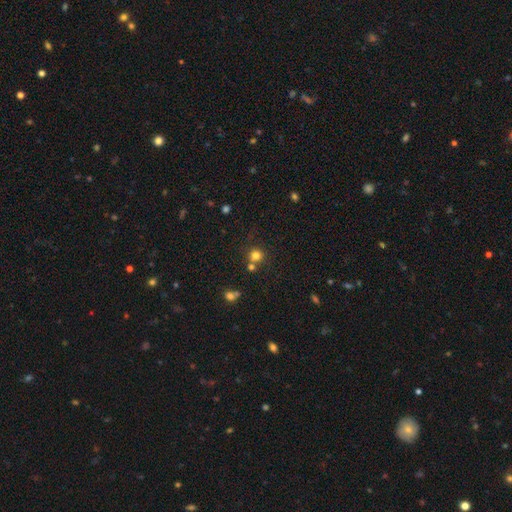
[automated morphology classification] Q: Smooth or featured?
A: smooth (77%); runner-up: star or artifact (16%)
Q: How rounded?
A: round (91%); runner-up: in between (8%)
Q: Merging?
A: none (67%); runner-up: merger (20%)